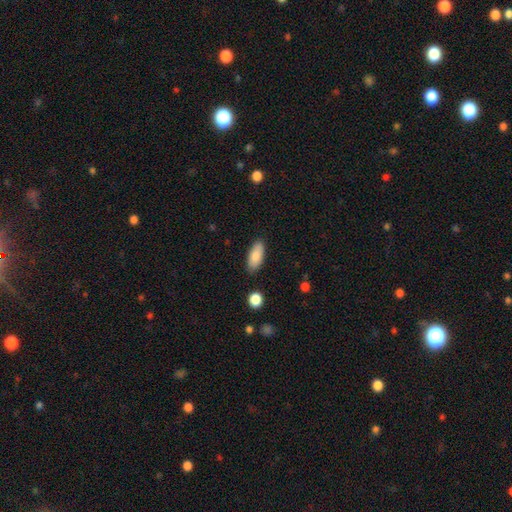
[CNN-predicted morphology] Overall: smooth (85%). How rounded: in between (83%). Merging: none (85%).